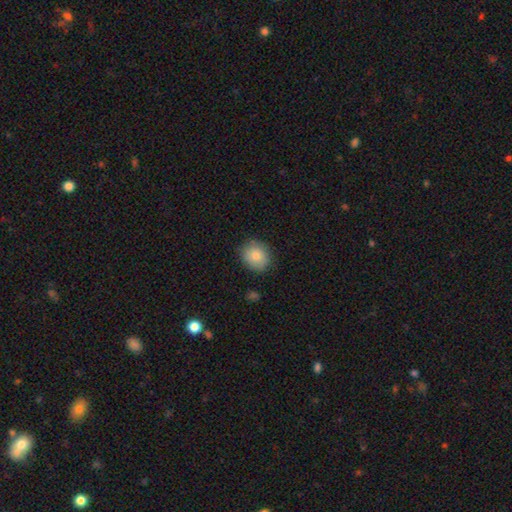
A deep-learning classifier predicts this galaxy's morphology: Q: Smooth or featured?
A: smooth (82%); runner-up: featured or disk (10%)
Q: How rounded?
A: round (72%); runner-up: in between (27%)
Q: Merging?
A: none (85%); runner-up: minor disturbance (11%)